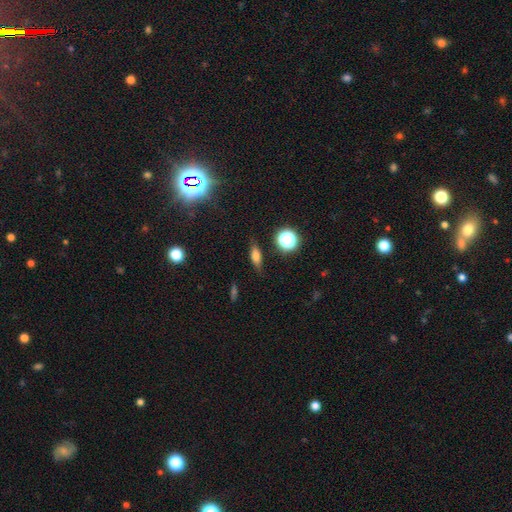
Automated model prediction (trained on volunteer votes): A smooth galaxy with no disk features (68%) that is in between round and cigar-shaped (55%). Merging: none (80%).